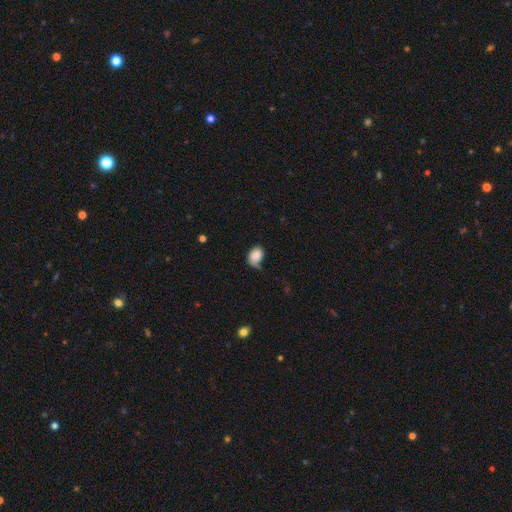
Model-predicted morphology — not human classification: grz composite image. It shows a smooth galaxy with no disk features (82%) that is in between round and cigar-shaped (70%). Merging: minor disturbance (39%).